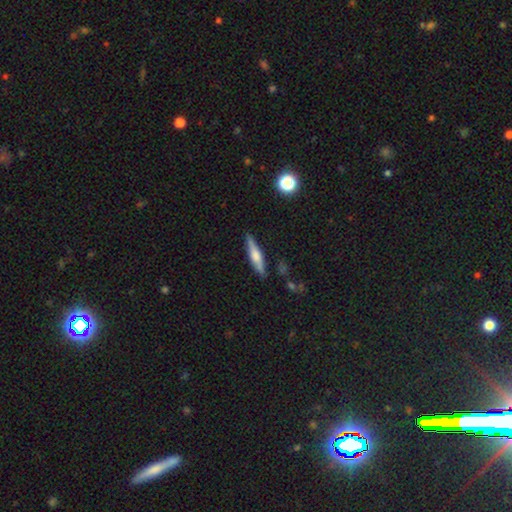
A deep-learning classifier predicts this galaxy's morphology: Overall: smooth (47%, tied with featured or disk). Merging: none (85%).